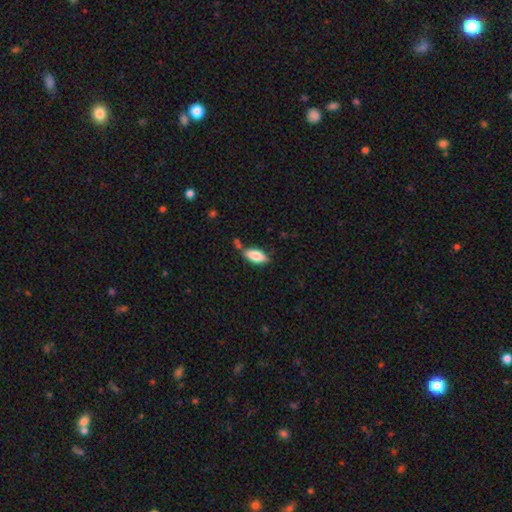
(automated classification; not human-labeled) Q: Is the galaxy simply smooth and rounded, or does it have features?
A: smooth — 81%.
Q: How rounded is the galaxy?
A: in between — 87%.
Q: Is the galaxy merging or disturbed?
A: none — 64%.